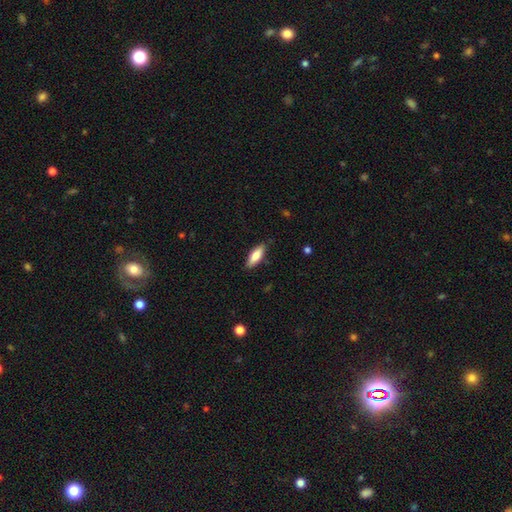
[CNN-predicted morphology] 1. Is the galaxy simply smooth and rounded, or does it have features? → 80% smooth, 14% featured or disk, 6% star or artifact.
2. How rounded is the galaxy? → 57% in between, 41% cigar-shaped, 2% round.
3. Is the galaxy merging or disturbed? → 84% none, 12% minor disturbance, 2% major disturbance, 1% merger.